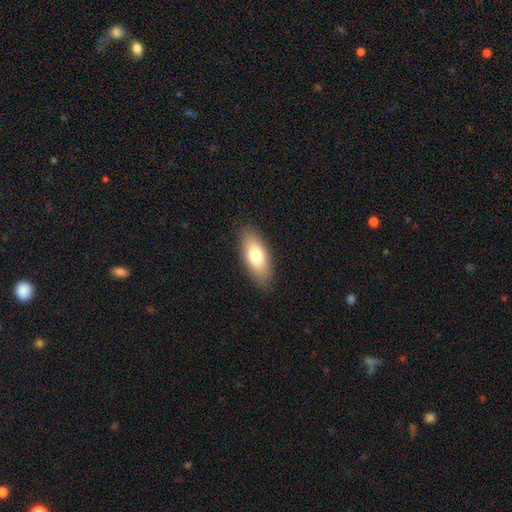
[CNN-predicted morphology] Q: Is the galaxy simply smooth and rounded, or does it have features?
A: smooth — 74%.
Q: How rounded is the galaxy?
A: in between — 82%.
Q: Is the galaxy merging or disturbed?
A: none — 88%.